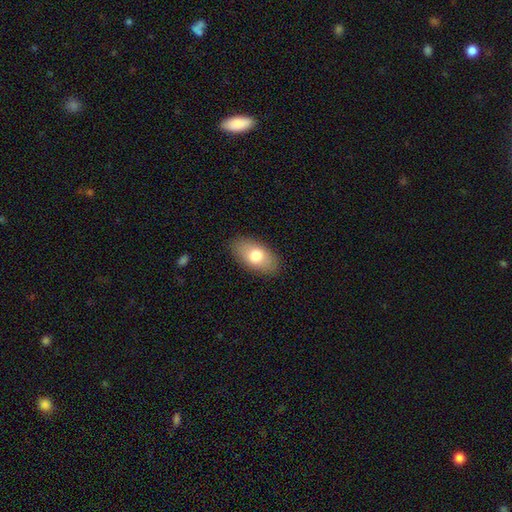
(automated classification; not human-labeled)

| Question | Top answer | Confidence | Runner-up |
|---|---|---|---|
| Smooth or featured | smooth | 74% | featured or disk (19%) |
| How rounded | in between | 92% | round (4%) |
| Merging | none | 87% | minor disturbance (10%) |